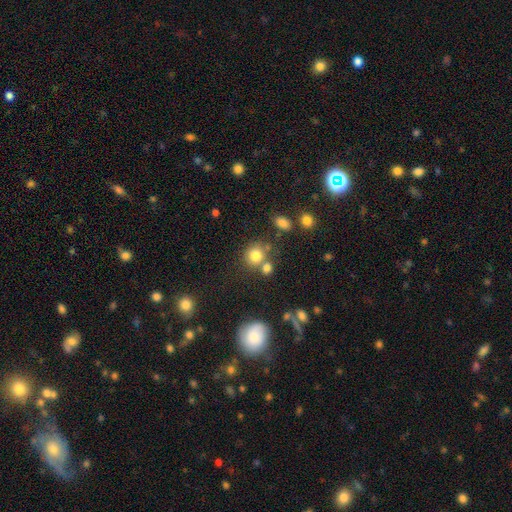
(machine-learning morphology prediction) The model was most divided on "merging": none: 61%, merger: 23%, minor disturbance: 11%, major disturbance: 5%. More confident: how rounded — round (83%); smooth or featured — smooth (78%).